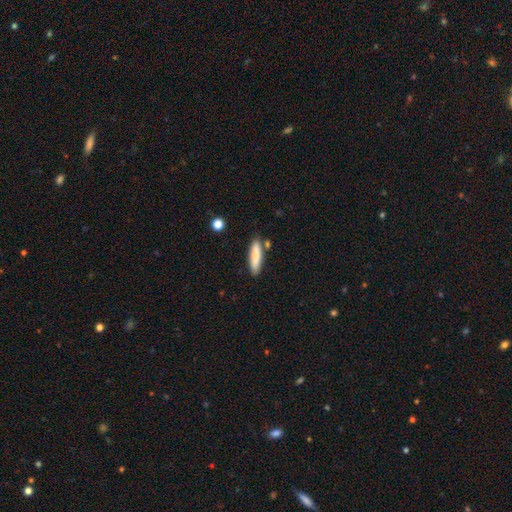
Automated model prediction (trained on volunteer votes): This is clearly a smooth galaxy (84%). How rounded: likely cigar-shaped (77%). Merging: clearly none (82%).